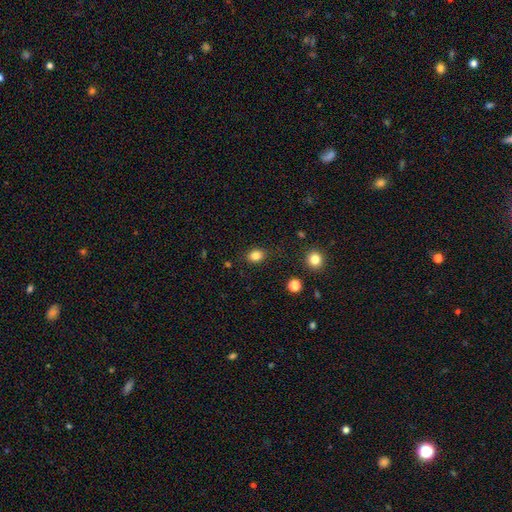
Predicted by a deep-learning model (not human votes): This appears to be a smooth galaxy with no disk features (83%) that is in between round and cigar-shaped (54%). Merging: none (85%).